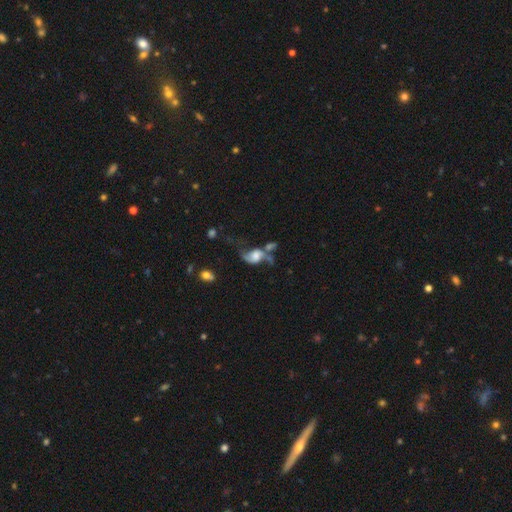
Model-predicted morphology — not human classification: The model was most divided on "merging" (2-way tie): merger: 30%, none: 30%, major disturbance: 24%, minor disturbance: 16%. Remaining: edge-on disk — no (95%); spiral arms — yes (87%); spiral arm count — 2 (85%); spiral winding — loose (78%); smooth or featured — featured or disk (67%); bar — no (60%); bulge size — large (32%).